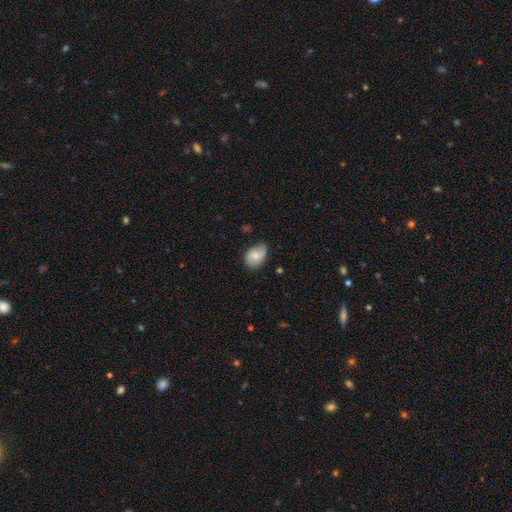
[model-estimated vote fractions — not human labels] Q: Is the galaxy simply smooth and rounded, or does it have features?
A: smooth — 57%.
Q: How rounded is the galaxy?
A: in between — 82%.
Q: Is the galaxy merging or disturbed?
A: none — 64%.